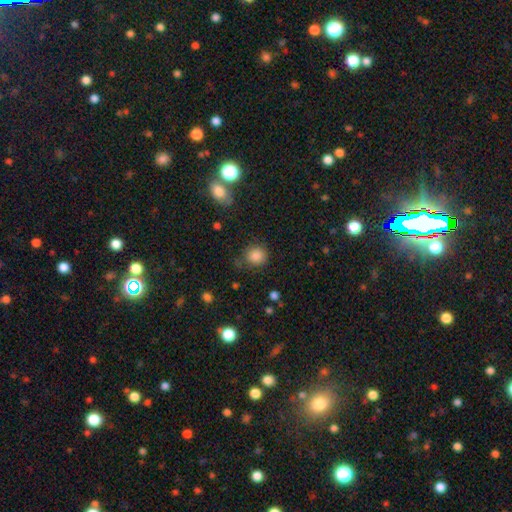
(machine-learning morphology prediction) Smooth or featured? smooth (84%)
How rounded? round (85%)
Merging? none (74%)